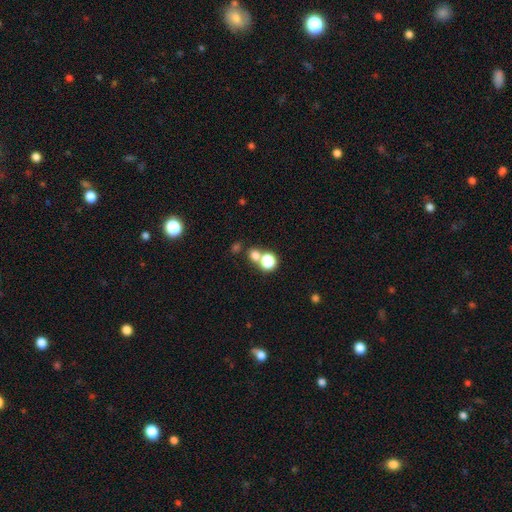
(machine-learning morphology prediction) type=smooth (73%); roundness=round (76%); merging=none (50%).